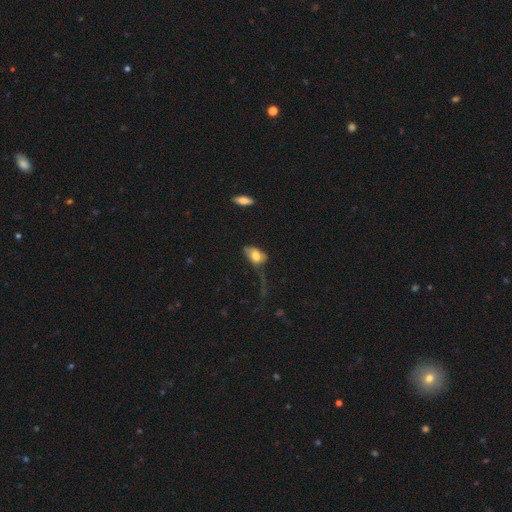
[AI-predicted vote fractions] Smooth or featured: smooth — 69% (featured or disk — 23%)
How rounded: in between — 89% (round — 8%)
Merging: major disturbance — 45% (minor disturbance — 25%)